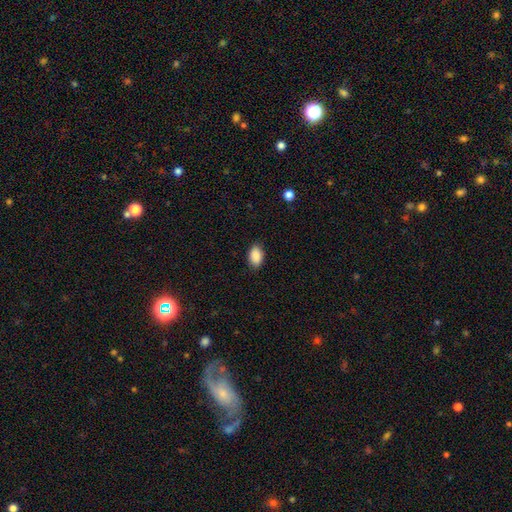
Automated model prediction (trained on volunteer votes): The model was most divided on "merging": none: 87%, minor disturbance: 10%, major disturbance: 2%, merger: 1%. More confident: how rounded — in between (90%); smooth or featured — smooth (89%).